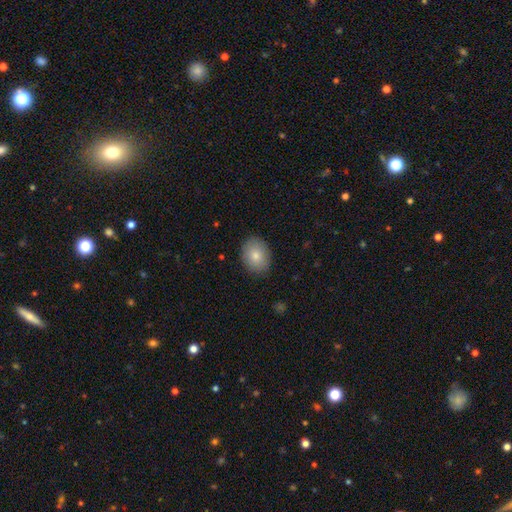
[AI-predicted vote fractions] Q: Smooth or featured?
A: smooth (81%); runner-up: featured or disk (11%)
Q: How rounded?
A: in between (61%); runner-up: round (38%)
Q: Merging?
A: none (86%); runner-up: minor disturbance (11%)